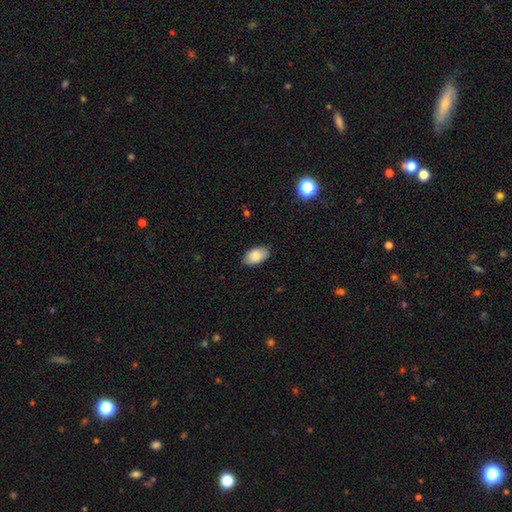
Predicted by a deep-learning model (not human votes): Overall: smooth (83%). How rounded: in between (94%). Merging: none (83%).